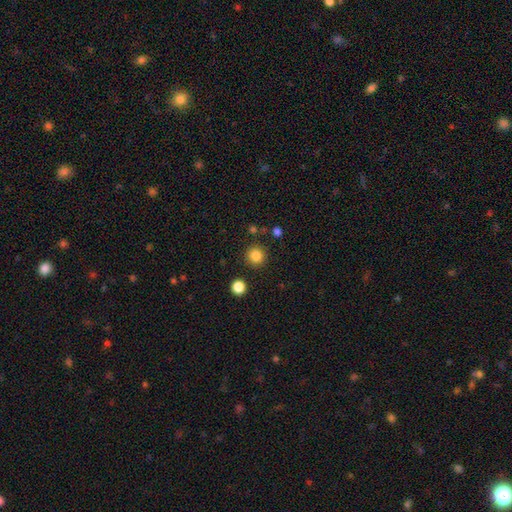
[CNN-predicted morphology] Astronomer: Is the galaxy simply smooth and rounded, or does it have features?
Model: smooth — 84%.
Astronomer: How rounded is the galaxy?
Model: round — 94%.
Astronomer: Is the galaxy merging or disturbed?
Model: none — 90%.